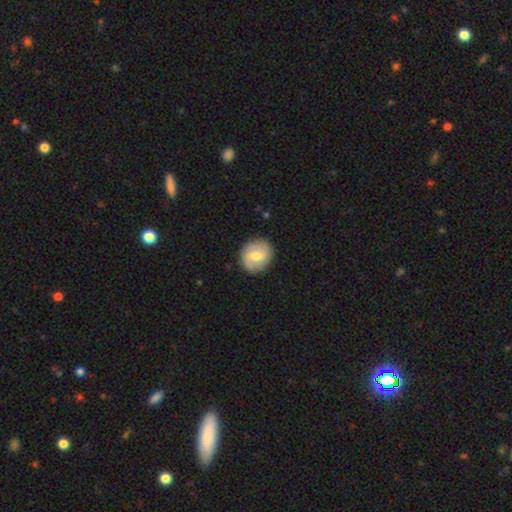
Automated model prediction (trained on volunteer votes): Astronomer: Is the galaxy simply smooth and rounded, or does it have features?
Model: smooth — 55% (runner-up: featured or disk, 39%).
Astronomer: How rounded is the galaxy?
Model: round — 78%.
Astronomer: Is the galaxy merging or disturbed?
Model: none — 87%.